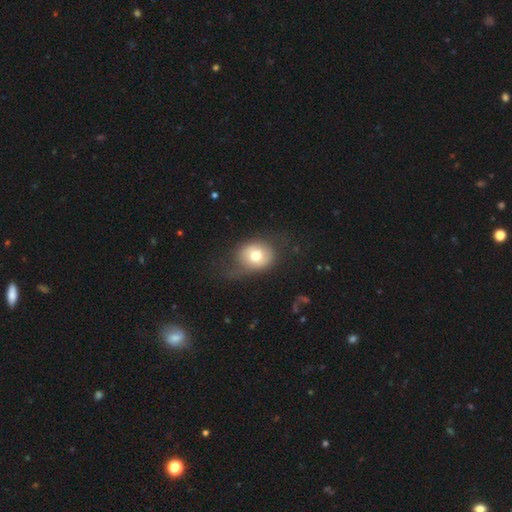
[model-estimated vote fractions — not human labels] smooth 68%, featured or disk 23%, star or artifact 9%. Down the decision tree: how rounded — round (55%); merging — none (53%).